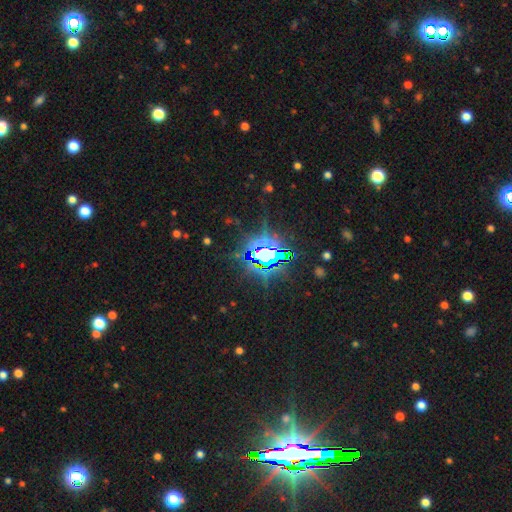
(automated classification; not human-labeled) smooth-or-featured: star or artifact: 85% | smooth: 8% | featured or disk: 7%